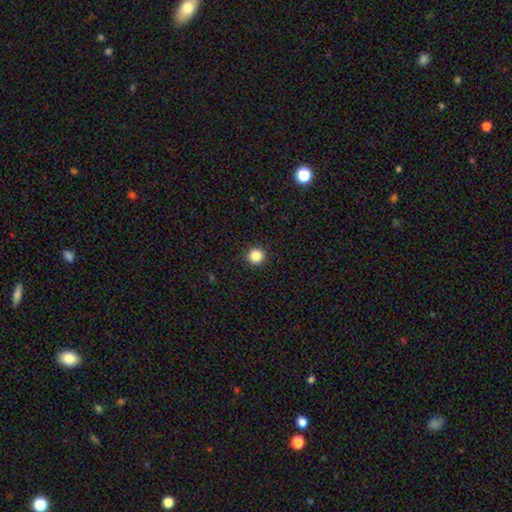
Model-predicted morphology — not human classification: smooth 86%, star or artifact 11%, featured or disk 4%. Down the decision tree: how rounded — round (95%); merging — none (93%).